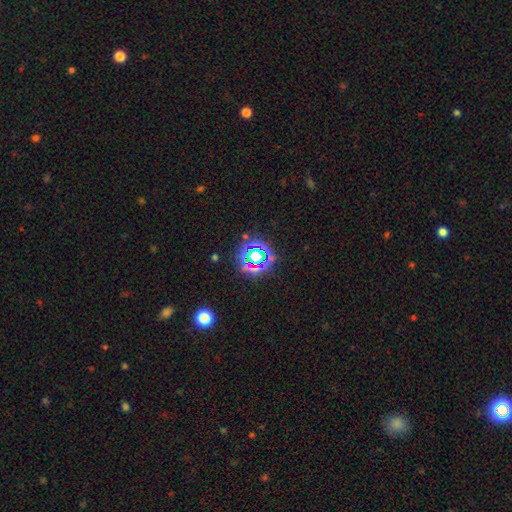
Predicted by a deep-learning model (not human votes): star or artifact 67%, smooth 20%, featured or disk 13%.